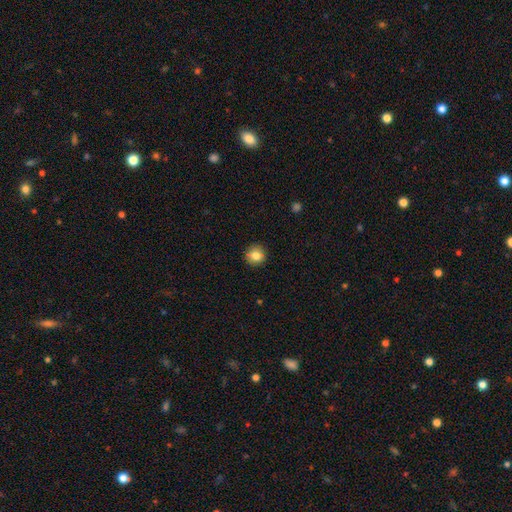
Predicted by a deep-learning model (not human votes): smooth-or-featured: smooth: 84% | star or artifact: 10% | featured or disk: 7%
  how-rounded: round: 91% | in between: 8% | cigar-shaped: 1%
  merging: none: 91% | minor disturbance: 6% | major disturbance: 2% | merger: 1%